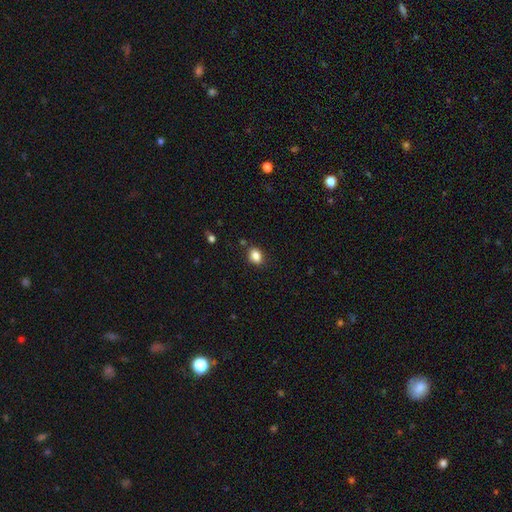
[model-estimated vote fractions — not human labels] Smooth or featured?
  - smooth: 85% *
  - star or artifact: 10%
  - featured or disk: 5%
How rounded?
  - in between: 68% *
  - round: 30%
  - cigar-shaped: 1%
Merging?
  - none: 80% *
  - minor disturbance: 13%
  - merger: 4%
  - major disturbance: 3%